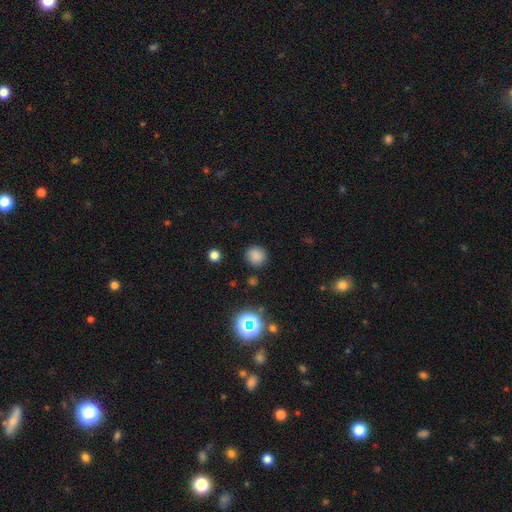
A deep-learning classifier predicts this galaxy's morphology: Smooth or featured?
  - smooth: 80% *
  - star or artifact: 16%
  - featured or disk: 4%
How rounded?
  - round: 92% *
  - in between: 7%
  - cigar-shaped: 1%
Merging?
  - none: 88% *
  - minor disturbance: 8%
  - major disturbance: 3%
  - merger: 2%